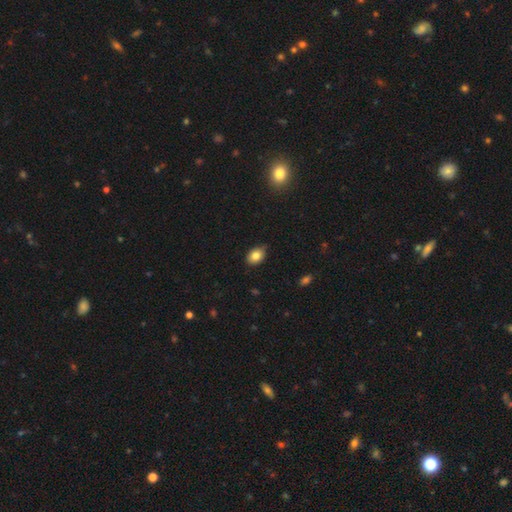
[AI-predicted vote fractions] Overall: smooth (82%). How rounded: in between (72%). Merging: none (77%).